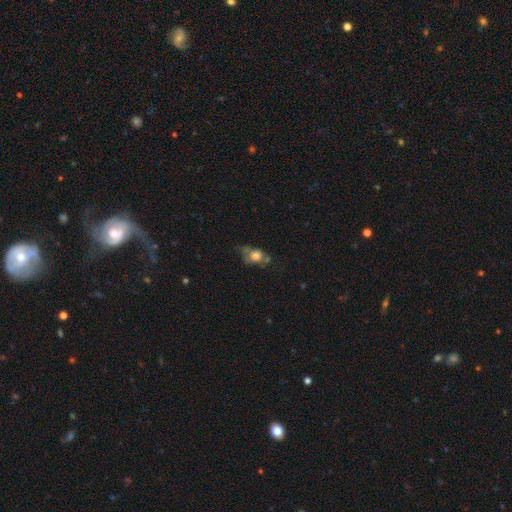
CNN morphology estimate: Smooth or featured? Predicted: smooth (p=0.55). How rounded? Predicted: in between (p=0.62). Merging? Predicted: none (p=0.42).